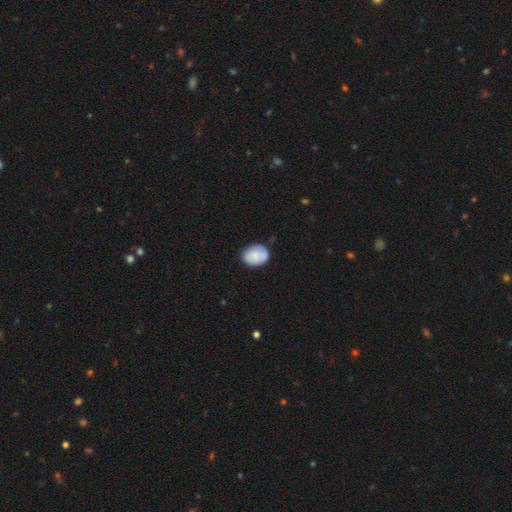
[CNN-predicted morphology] Smooth or featured?
  - smooth: 71% *
  - featured or disk: 22%
  - star or artifact: 7%
How rounded?
  - in between: 57% *
  - round: 42%
  - cigar-shaped: 1%
Merging?
  - none: 71% *
  - minor disturbance: 22%
  - major disturbance: 4%
  - merger: 3%